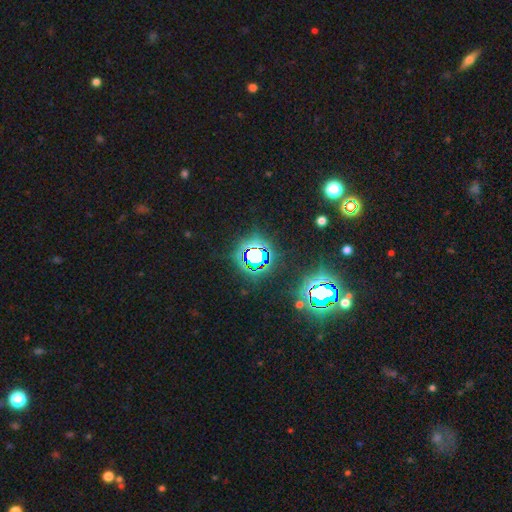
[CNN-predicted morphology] Smooth or featured? star or artifact (73%)